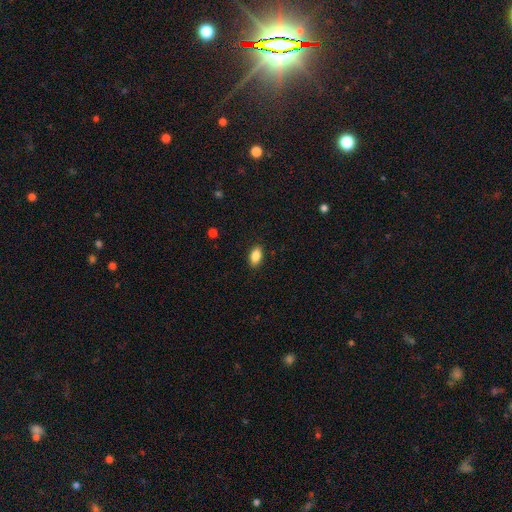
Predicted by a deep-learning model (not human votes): A smooth galaxy with no disk features (87%) that is in between round and cigar-shaped (90%). Merging: none (89%).